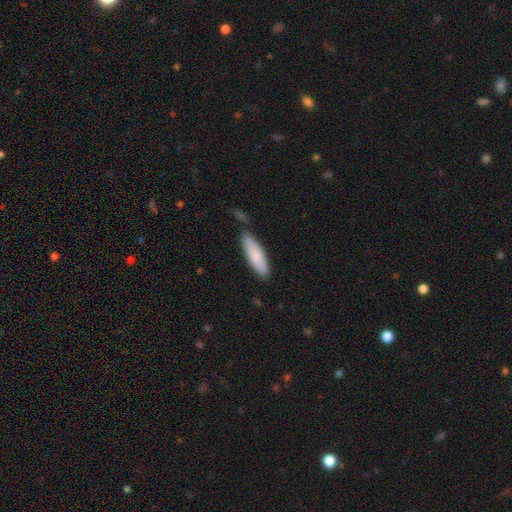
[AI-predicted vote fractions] Q: Smooth or featured?
A: smooth (81%); runner-up: featured or disk (14%)
Q: How rounded?
A: cigar-shaped (56%); runner-up: in between (42%)
Q: Merging?
A: none (77%); runner-up: minor disturbance (15%)